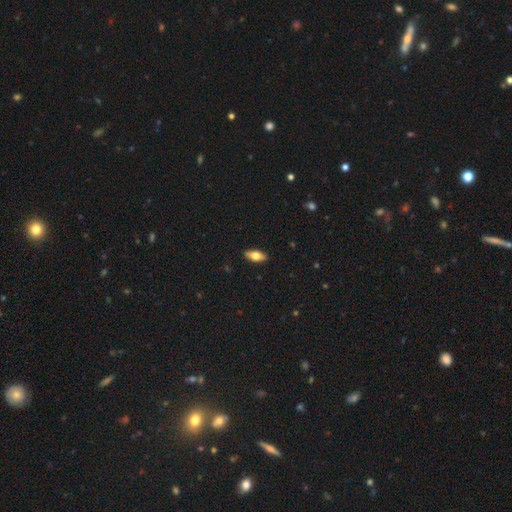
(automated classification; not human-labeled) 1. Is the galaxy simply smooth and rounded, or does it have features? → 68% smooth, 26% featured or disk, 6% star or artifact.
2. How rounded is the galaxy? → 82% in between, 15% cigar-shaped, 3% round.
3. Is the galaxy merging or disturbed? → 90% none, 7% minor disturbance, 2% major disturbance, 1% merger.